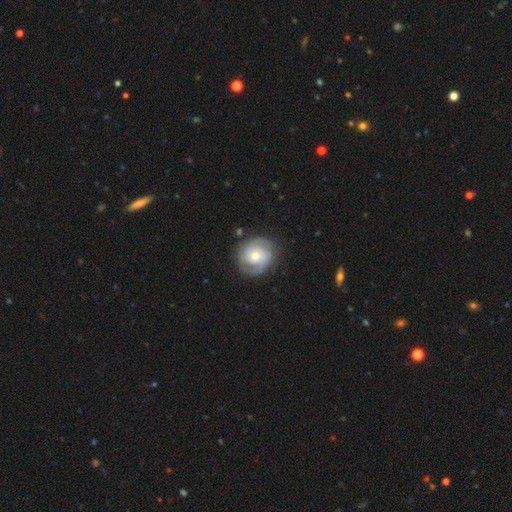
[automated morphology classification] A featured or disk galaxy (69%) with no bar (69%), 2 (55%) tight (50%) spiral arms (90%) and a moderate central bulge (48%).

Vote fractions:
- Smooth or featured? featured or disk: 69% / smooth: 24% / star or artifact: 6%
- Edge-on disk? no: 98% / yes: 2%
- Bar? no: 69% / weak: 26% / strong: 5%
- Spiral arms? yes: 90% / no: 10%
- Spiral winding? tight: 50% / medium: 38% / loose: 12%
- Spiral arm count? 2: 55% / can't tell: 19% / 3: 16% / 1: 4% / 4: 3% / more than 4: 3%
- Bulge size? moderate: 48% / small: 46% / large: 4% / none: 1% / dominant: 1%
- Merging? none: 77% / minor disturbance: 15% / major disturbance: 6% / merger: 2%